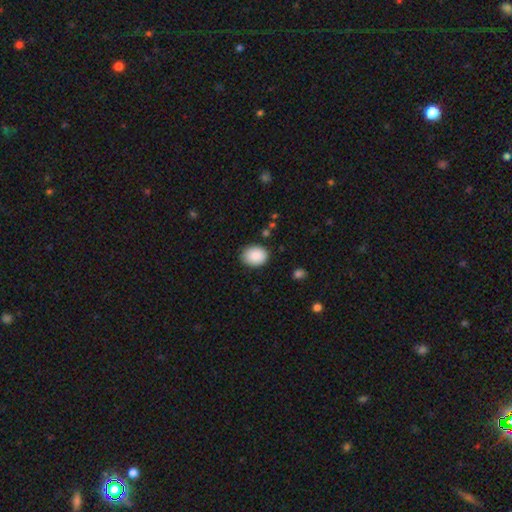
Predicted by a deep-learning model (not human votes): Smooth or featured? smooth (89%)
How rounded? in between (51%)
Merging? none (85%)